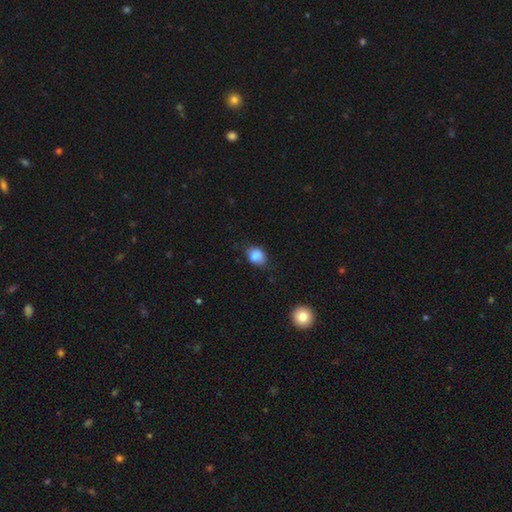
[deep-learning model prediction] This appears to be a smooth galaxy with no disk features (84%) that is in between round and cigar-shaped (55%). Merging: none (63%).